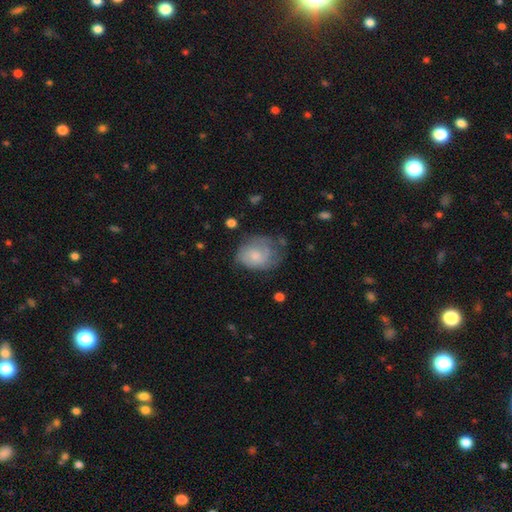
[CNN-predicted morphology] smooth-or-featured: smooth: 58% | featured or disk: 34% | star or artifact: 8%
  how-rounded: in between: 55% | round: 44% | cigar-shaped: 1%
  merging: none: 45% | minor disturbance: 32% | major disturbance: 20% | merger: 3%